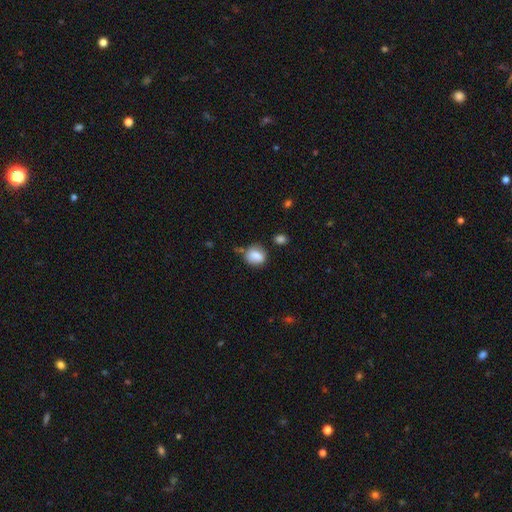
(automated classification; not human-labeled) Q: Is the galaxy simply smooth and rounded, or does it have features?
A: smooth — 80%.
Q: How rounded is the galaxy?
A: round — 66%.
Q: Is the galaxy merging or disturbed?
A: none — 61%.